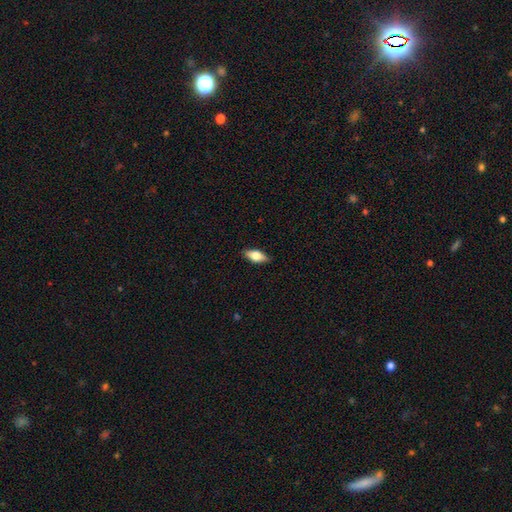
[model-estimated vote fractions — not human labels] smooth 63%, featured or disk 30%, star or artifact 7%. Down the decision tree: how rounded — in between (79%); merging — none (87%).